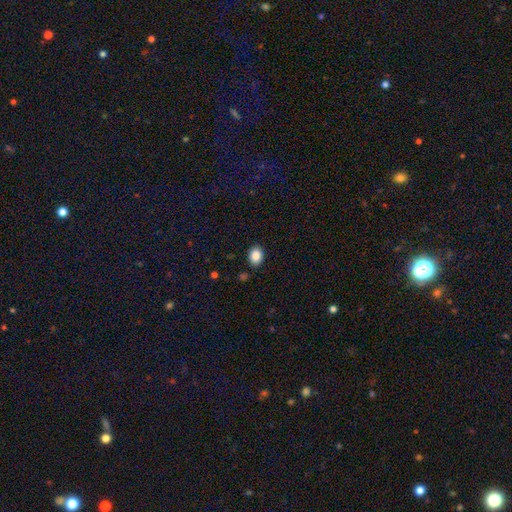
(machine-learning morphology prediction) This is clearly a smooth galaxy (86%). How rounded: likely in between (65%). Merging: clearly none (89%).